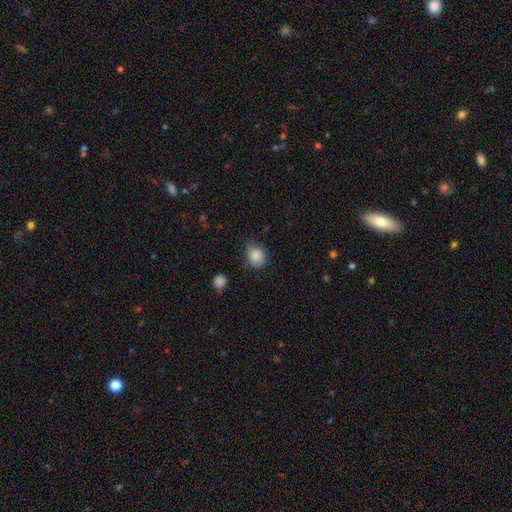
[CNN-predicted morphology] Smooth or featured?
  - smooth: 86% *
  - star or artifact: 8%
  - featured or disk: 5%
How rounded?
  - round: 57% *
  - in between: 42%
  - cigar-shaped: 1%
Merging?
  - none: 66% *
  - minor disturbance: 26%
  - major disturbance: 6%
  - merger: 2%